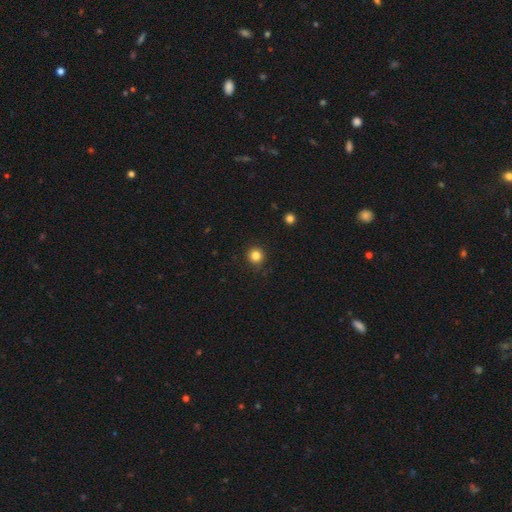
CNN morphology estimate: smooth_or_featured: smooth (p=0.84) [alt: star or artifact p=0.12]
how_rounded: round (p=0.95) [alt: in between p=0.04]
merging: none (p=0.91) [alt: minor disturbance p=0.06]